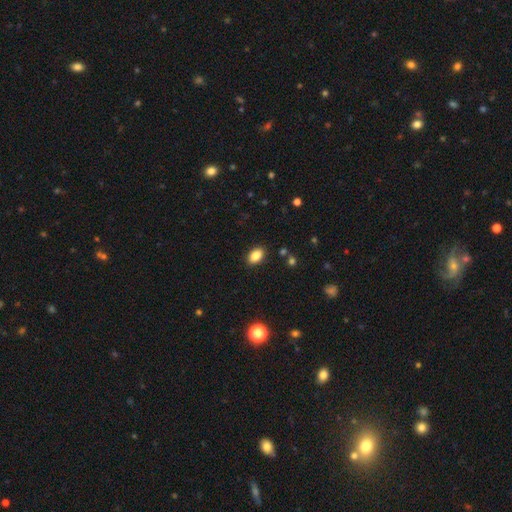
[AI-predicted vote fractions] A smooth galaxy with no disk features (86%) that is in between round and cigar-shaped (89%). Merging: none (88%).